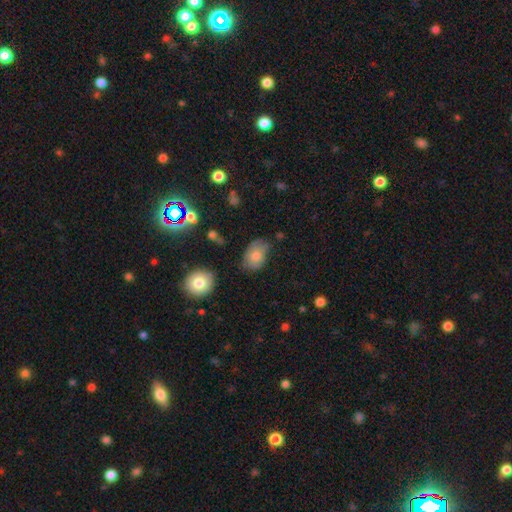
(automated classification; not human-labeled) Smooth or featured? Predicted: smooth (p=0.72). How rounded? Predicted: in between (p=0.79). Merging? Predicted: none (p=0.53).